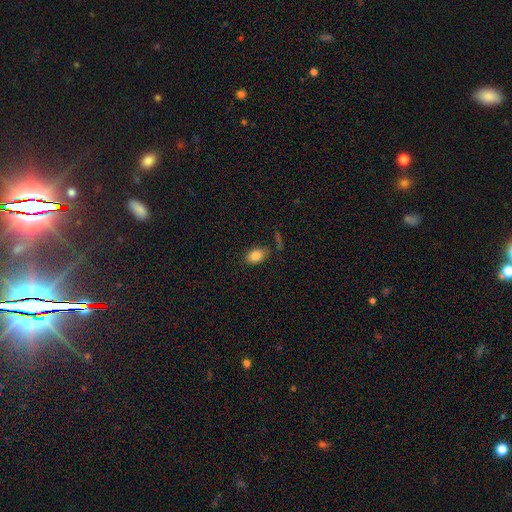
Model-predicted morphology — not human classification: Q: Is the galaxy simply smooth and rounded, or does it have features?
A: smooth — 83%.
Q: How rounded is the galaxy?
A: in between — 83%.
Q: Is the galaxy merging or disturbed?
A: none — 73%.